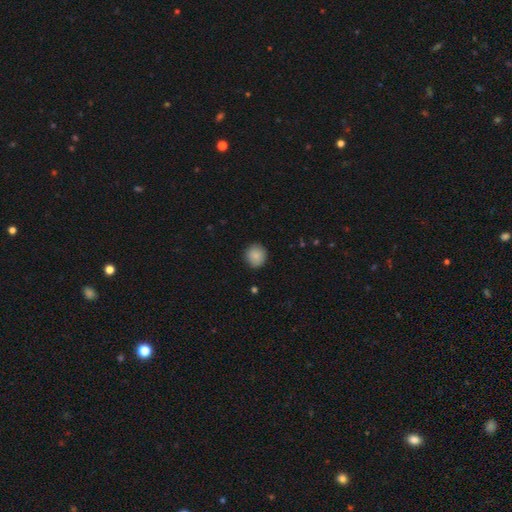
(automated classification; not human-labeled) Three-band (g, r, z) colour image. It shows a smooth galaxy with no disk features (88%) that is round (90%). Merging: none (89%).